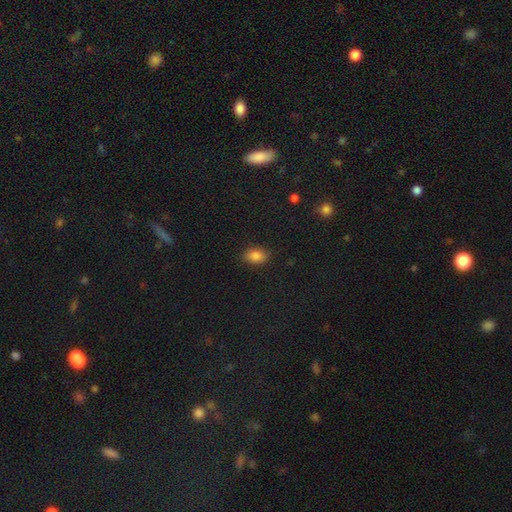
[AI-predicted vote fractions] smooth-or-featured: smooth: 84% | star or artifact: 11% | featured or disk: 5%
  how-rounded: in between: 82% | round: 17% | cigar-shaped: 2%
  merging: none: 84% | minor disturbance: 12% | major disturbance: 3% | merger: 1%